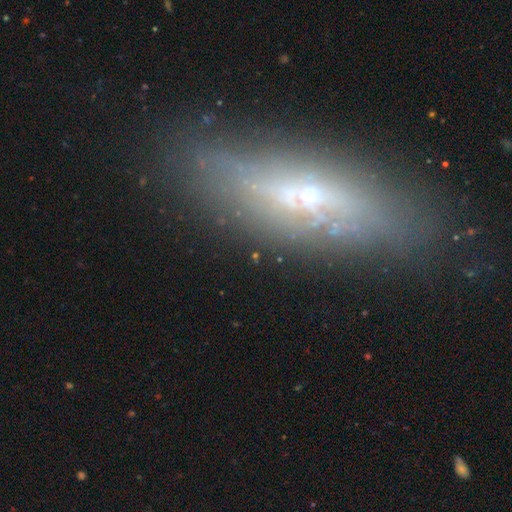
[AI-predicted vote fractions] Smooth or featured? Predicted: featured or disk (p=0.45). Merging? Predicted: none (p=0.73).